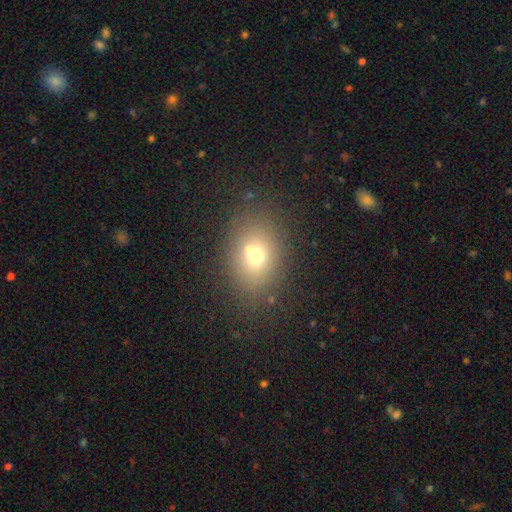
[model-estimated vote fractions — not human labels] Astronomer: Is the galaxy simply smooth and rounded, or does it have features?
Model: smooth — 66%.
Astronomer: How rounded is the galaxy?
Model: in between — 54% (runner-up: round, 45%).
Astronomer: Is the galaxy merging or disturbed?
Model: none — 66%.